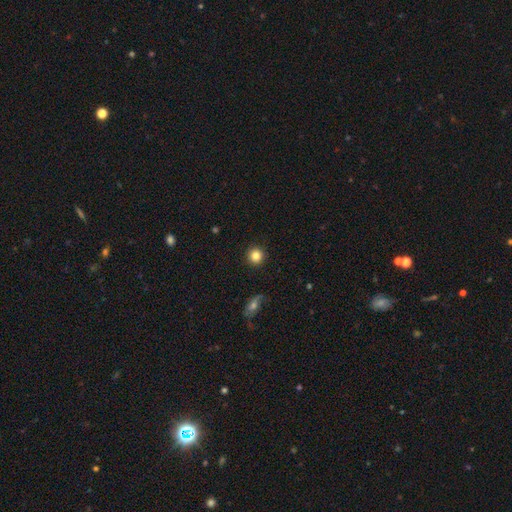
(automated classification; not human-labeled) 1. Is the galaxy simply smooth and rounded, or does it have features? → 84% smooth, 11% star or artifact, 5% featured or disk.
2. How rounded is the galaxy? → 94% round, 5% in between, 1% cigar-shaped.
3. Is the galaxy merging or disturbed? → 92% none, 5% minor disturbance, 2% major disturbance, 1% merger.